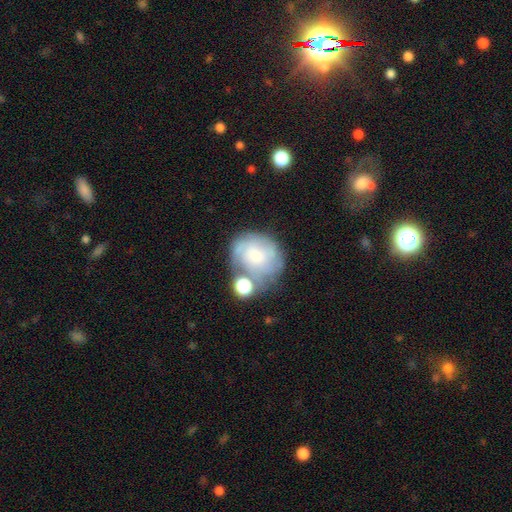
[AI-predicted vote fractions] This appears to be a featured or disk galaxy (48%). Merging: none (49%).